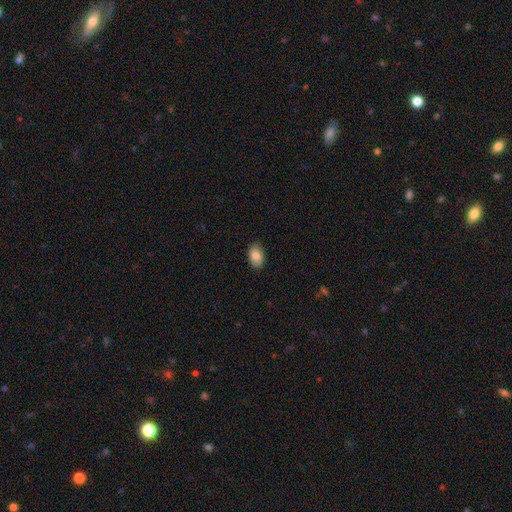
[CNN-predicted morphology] Smooth or featured? smooth (85%)
How rounded? in between (89%)
Merging? none (87%)